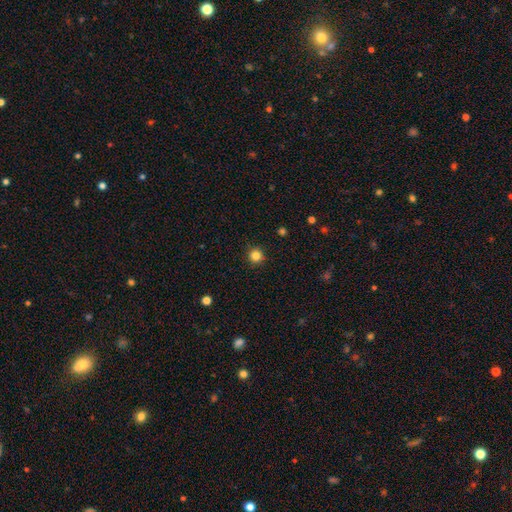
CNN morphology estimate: Q: Smooth or featured?
A: smooth (83%); runner-up: star or artifact (12%)
Q: How rounded?
A: round (95%); runner-up: in between (4%)
Q: Merging?
A: none (91%); runner-up: minor disturbance (6%)